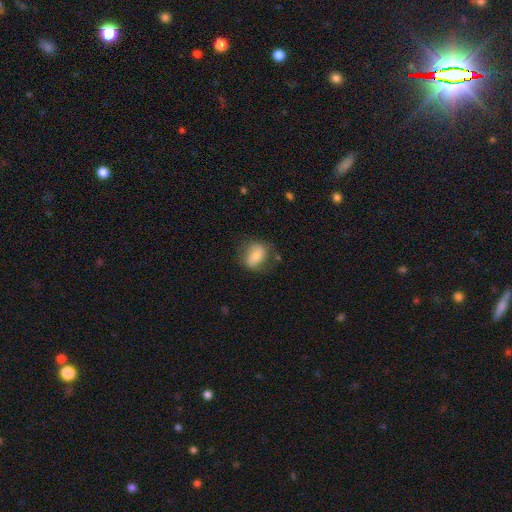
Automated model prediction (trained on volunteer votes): Overall: smooth (65%; featured or disk 27%). How rounded: in between (67%; round 30%). Merging: none (62%; minor disturbance 24%).